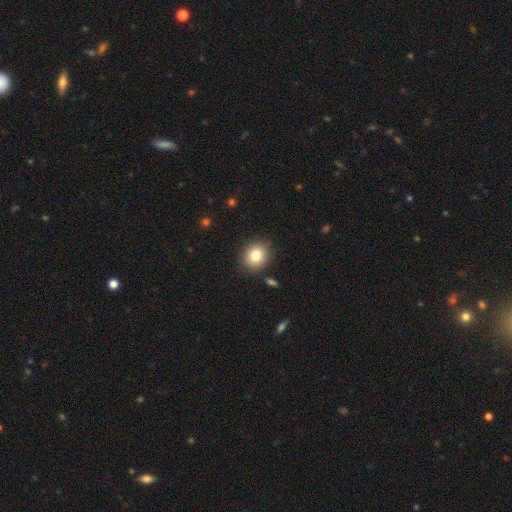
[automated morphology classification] This is clearly a smooth galaxy (81%). How rounded: likely round (74%). Merging: clearly none (87%).